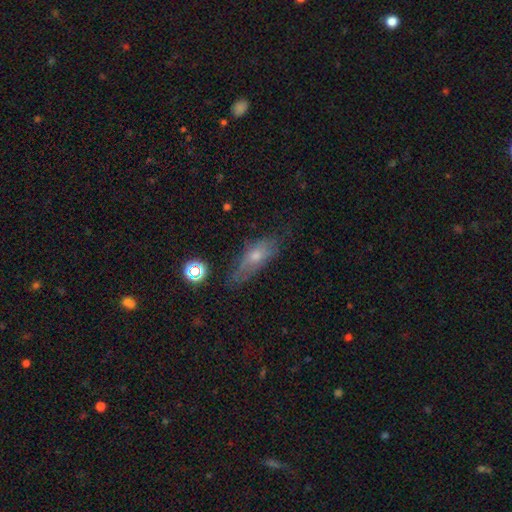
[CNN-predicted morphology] This appears to be a smooth galaxy with no disk features (51%) that is in between round and cigar-shaped (59%). Merging: none (58%).